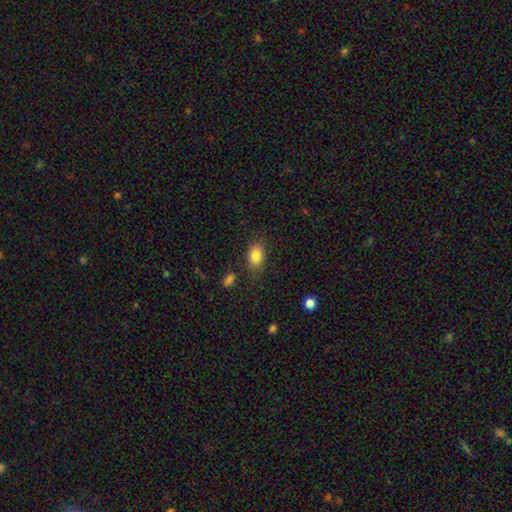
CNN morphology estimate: type=smooth (84%); roundness=in between (85%); merging=none (78%).